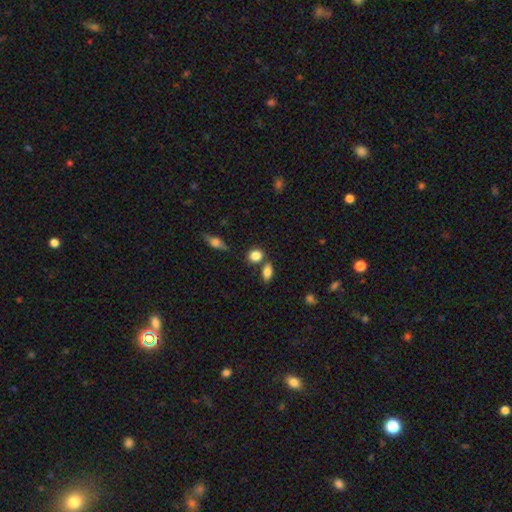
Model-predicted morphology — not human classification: A smooth galaxy with no disk features (83%) that is in between round and cigar-shaped (57%).

Vote fractions:
- Smooth or featured? smooth: 83% / star or artifact: 9% / featured or disk: 8%
- How rounded? in between: 57% / round: 40% / cigar-shaped: 4%
- Merging? none: 65% / merger: 20% / minor disturbance: 12% / major disturbance: 3%